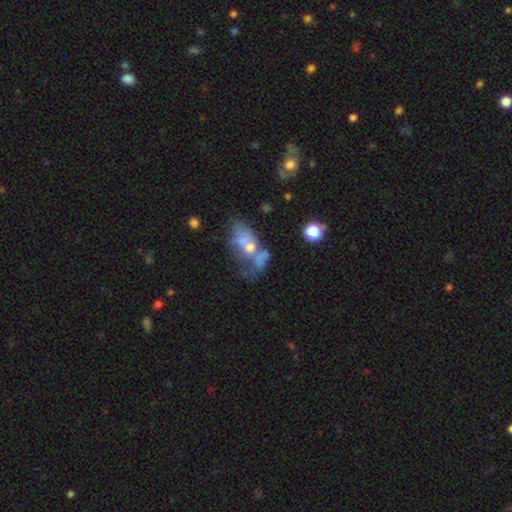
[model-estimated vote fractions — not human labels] This is marginally a smooth galaxy (44%). Merging: marginally merger (44%).